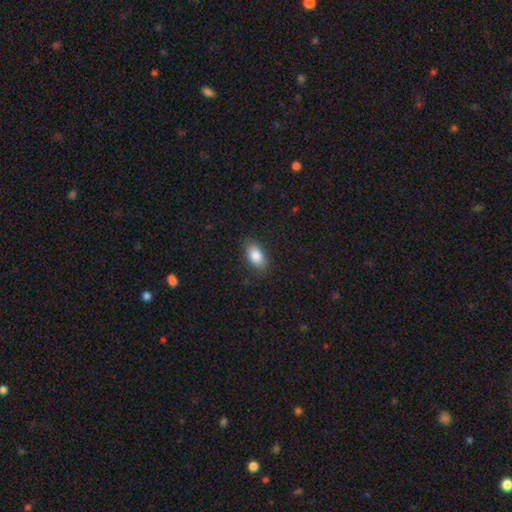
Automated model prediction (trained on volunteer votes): This appears to be a smooth galaxy with no disk features (84%) that is in between round and cigar-shaped (90%). Merging: none (85%).